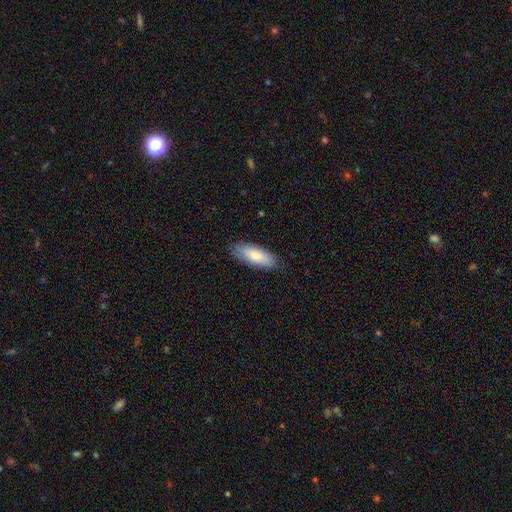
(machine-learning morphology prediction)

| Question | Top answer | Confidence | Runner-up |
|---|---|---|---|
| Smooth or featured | smooth | 81% | featured or disk (13%) |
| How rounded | in between | 71% | cigar-shaped (28%) |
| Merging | none | 84% | minor disturbance (13%) |